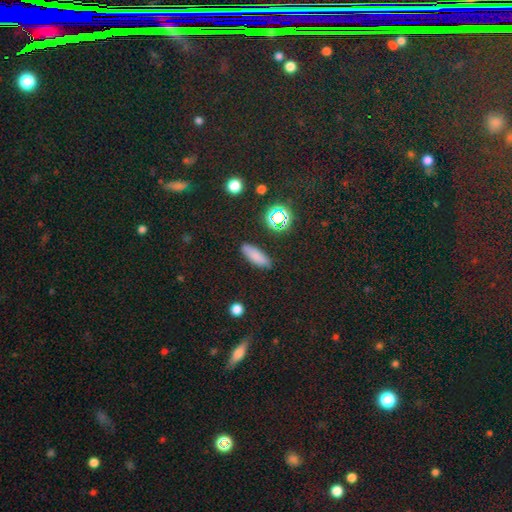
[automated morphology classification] Overall: smooth (79%). How rounded: in between (52%; cigar-shaped 44%). Merging: none (85%).